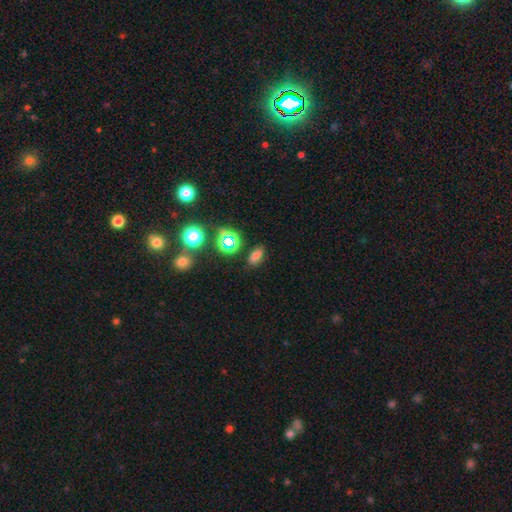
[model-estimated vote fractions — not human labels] smooth 64%, star or artifact 27%, featured or disk 9%. Down the decision tree: how rounded — in between (84%); merging — none (82%).